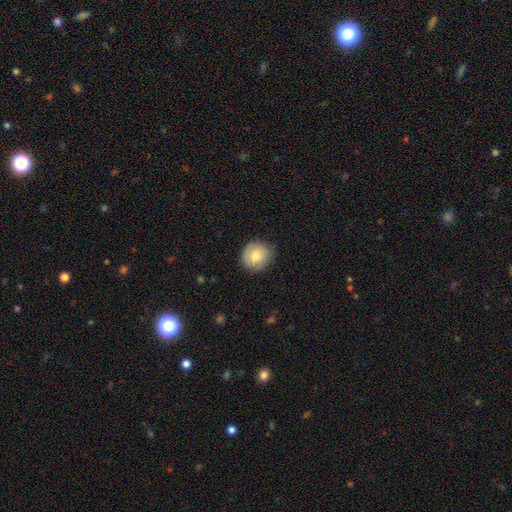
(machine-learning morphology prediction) Overall: smooth (80%). How rounded: round (85%). Merging: none (83%).